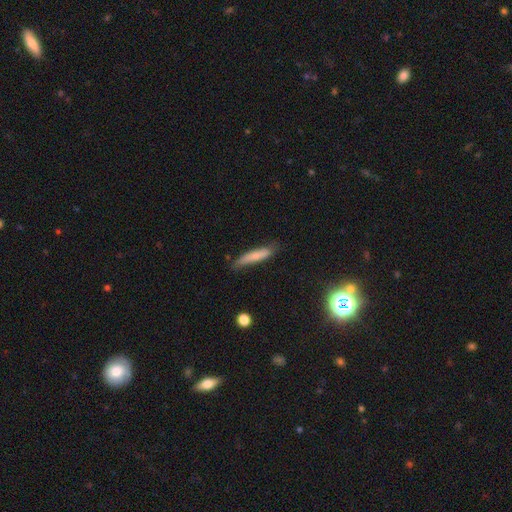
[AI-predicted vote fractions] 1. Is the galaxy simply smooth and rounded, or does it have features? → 74% smooth, 19% featured or disk, 7% star or artifact.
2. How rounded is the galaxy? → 83% cigar-shaped, 15% in between, 2% round.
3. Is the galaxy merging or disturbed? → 65% none, 27% minor disturbance, 6% major disturbance, 2% merger.